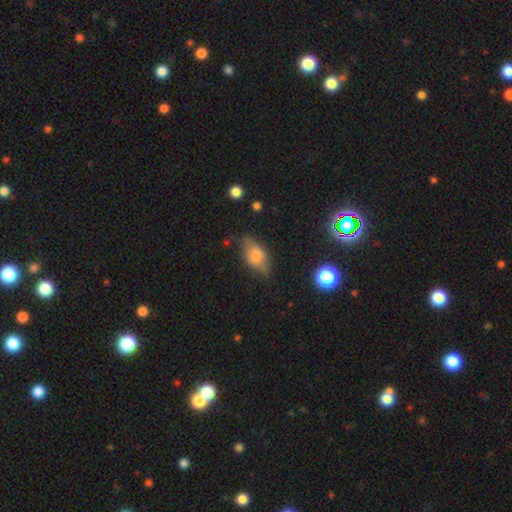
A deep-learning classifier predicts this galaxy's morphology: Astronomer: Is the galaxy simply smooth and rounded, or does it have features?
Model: smooth — 60%.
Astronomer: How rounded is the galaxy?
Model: in between — 83%.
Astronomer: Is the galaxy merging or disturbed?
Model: none — 69%.